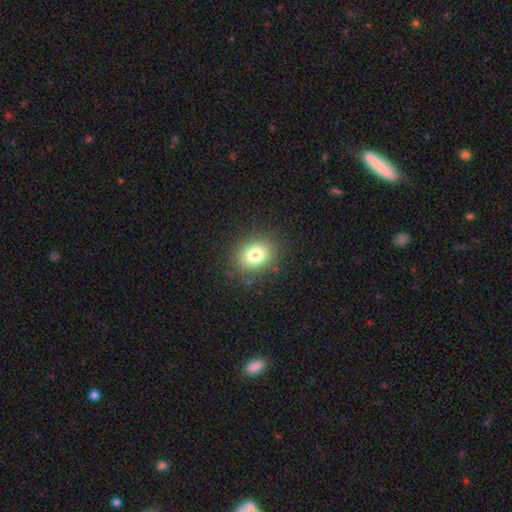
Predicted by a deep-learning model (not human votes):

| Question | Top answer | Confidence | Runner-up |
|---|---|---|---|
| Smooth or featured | smooth | 79% | star or artifact (12%) |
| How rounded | round | 59% | in between (40%) |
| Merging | none | 86% | minor disturbance (9%) |